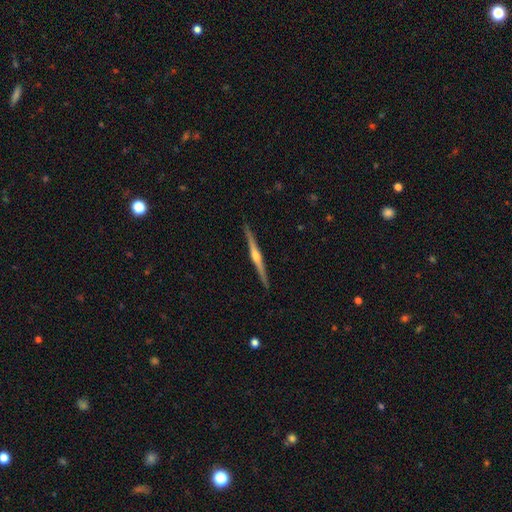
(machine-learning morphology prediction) type=featured or disk (83%); edge-on=yes (99%); edge-on bulge=rounded (86%); merging=none (92%).